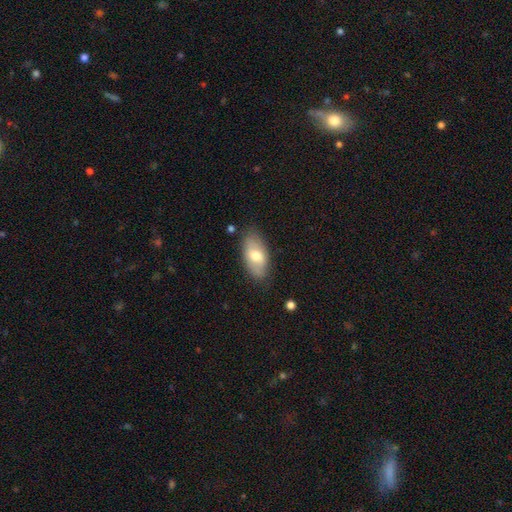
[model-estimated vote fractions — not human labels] Morphology: type=smooth (65%); roundness=in between (92%); merging=none (78%).